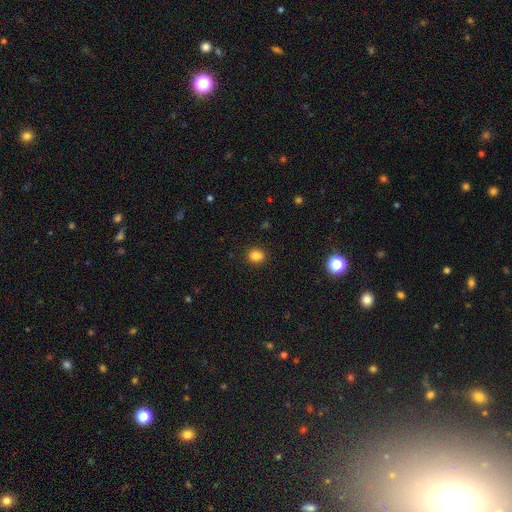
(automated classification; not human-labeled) Q: Smooth or featured?
A: smooth (83%); runner-up: star or artifact (12%)
Q: How rounded?
A: round (64%); runner-up: in between (35%)
Q: Merging?
A: none (88%); runner-up: minor disturbance (8%)